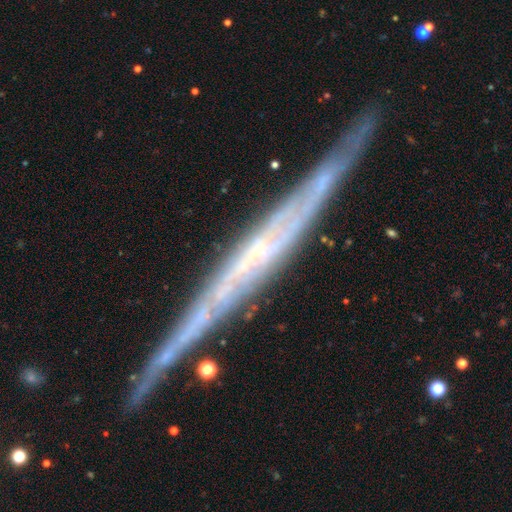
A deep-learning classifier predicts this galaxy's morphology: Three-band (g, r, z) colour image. It shows a featured or disk galaxy (81%) viewed edge-on (93%) with no central bulge (68%). Merging: none (84%).